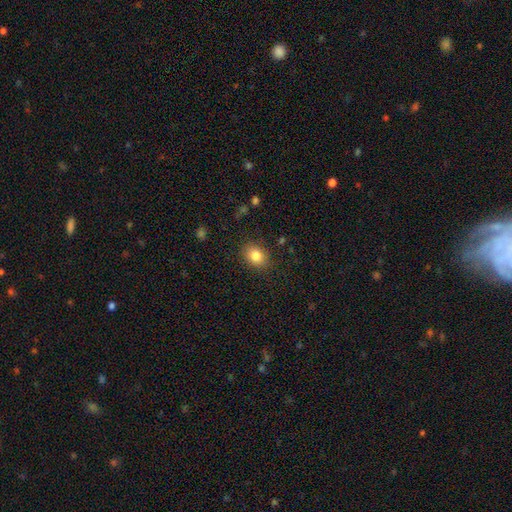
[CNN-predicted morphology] smooth-or-featured: smooth: 84% | star or artifact: 9% | featured or disk: 7%
  how-rounded: in between: 54% | round: 45% | cigar-shaped: 1%
  merging: none: 86% | minor disturbance: 10% | major disturbance: 3% | merger: 1%